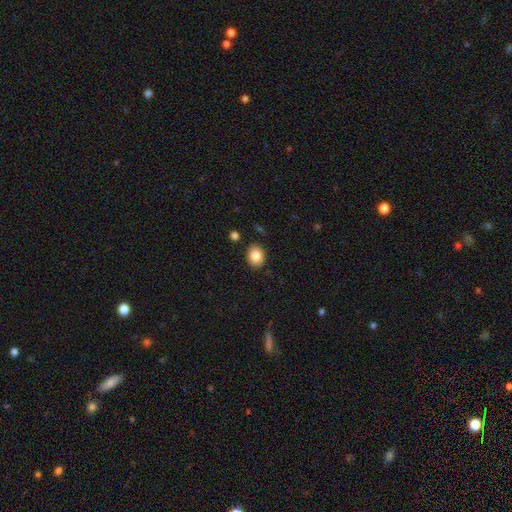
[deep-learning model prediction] A smooth galaxy with no disk features (85%) that is round (55%).

Vote fractions:
- Smooth or featured? smooth: 85% / star or artifact: 9% / featured or disk: 7%
- How rounded? round: 55% / in between: 44% / cigar-shaped: 1%
- Merging? none: 89% / minor disturbance: 7% / merger: 2% / major disturbance: 2%